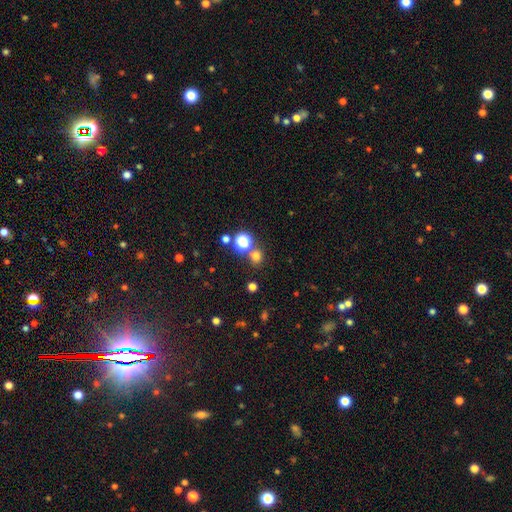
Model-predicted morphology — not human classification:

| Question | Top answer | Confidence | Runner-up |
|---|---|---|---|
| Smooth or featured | smooth | 69% | star or artifact (25%) |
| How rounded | round | 83% | in between (16%) |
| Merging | none | 73% | merger (16%) |